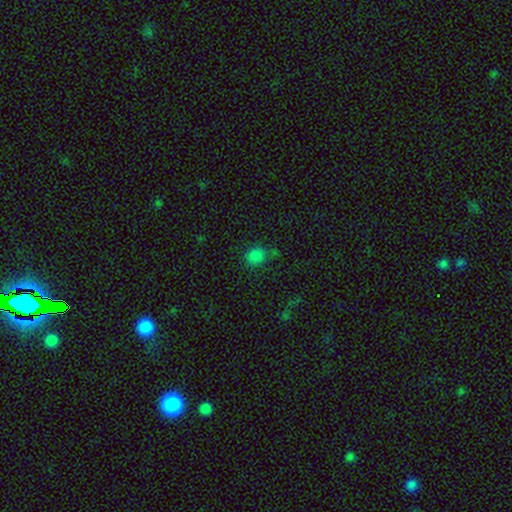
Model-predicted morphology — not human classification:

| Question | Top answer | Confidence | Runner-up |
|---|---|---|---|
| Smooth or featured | smooth | 79% | star or artifact (17%) |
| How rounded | round | 65% | in between (34%) |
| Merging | none | 74% | minor disturbance (16%) |